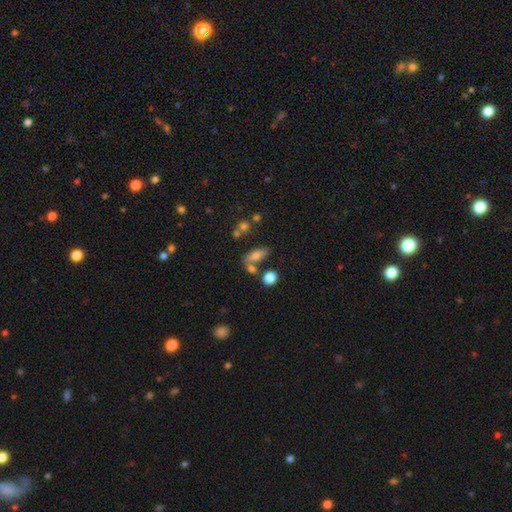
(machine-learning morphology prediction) Smooth or featured?
  - smooth: 68% *
  - featured or disk: 21%
  - star or artifact: 11%
How rounded?
  - in between: 69% *
  - cigar-shaped: 22%
  - round: 8%
Merging?
  - none: 55% *
  - merger: 22%
  - minor disturbance: 16%
  - major disturbance: 7%